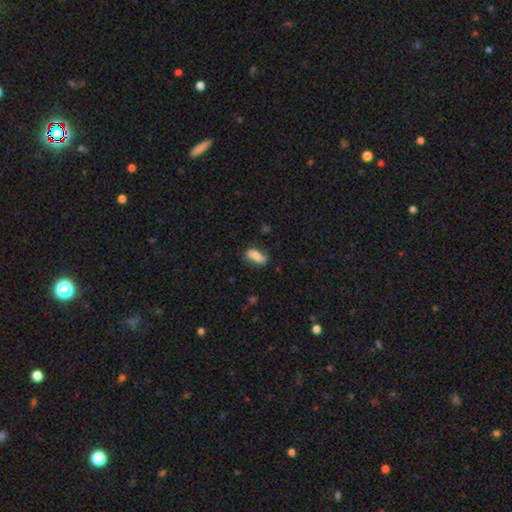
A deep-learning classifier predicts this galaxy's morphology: Smooth or featured? Predicted: smooth (p=0.65). How rounded? Predicted: in between (p=0.82). Merging? Predicted: none (p=0.65).